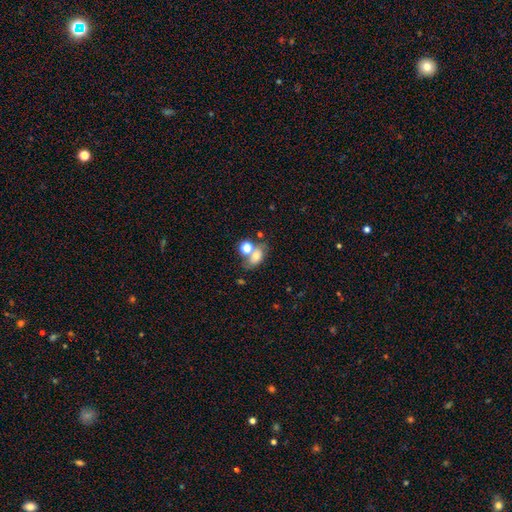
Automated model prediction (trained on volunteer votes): This appears to be a smooth galaxy with no disk features (68%) that is in between round and cigar-shaped (75%). Merging: none (40%).